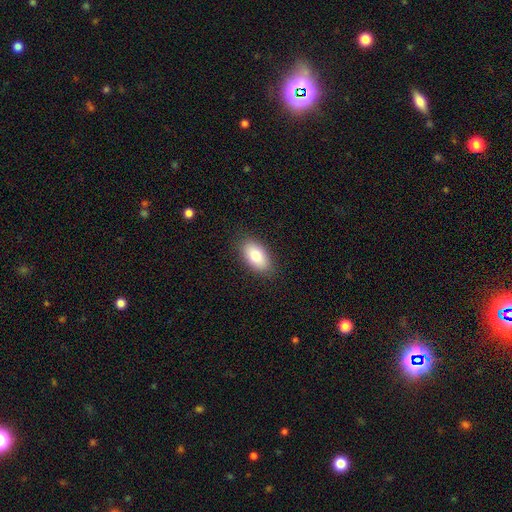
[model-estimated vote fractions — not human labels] Smooth or featured? Predicted: smooth (p=0.79). How rounded? Predicted: in between (p=0.93). Merging? Predicted: none (p=0.87).